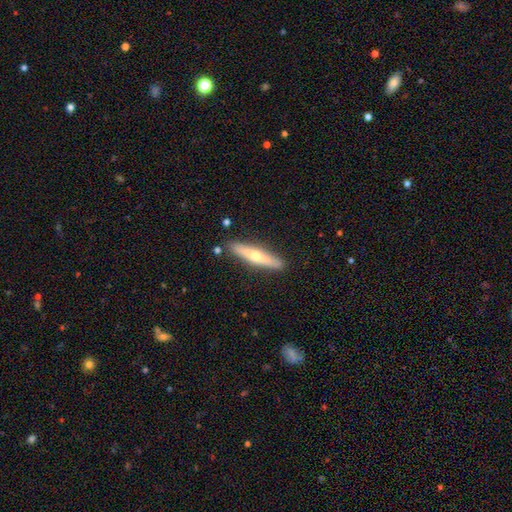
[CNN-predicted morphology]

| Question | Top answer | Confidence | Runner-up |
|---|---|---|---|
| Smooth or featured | featured or disk | 49% | smooth (46%) |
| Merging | none | 88% | minor disturbance (9%) |